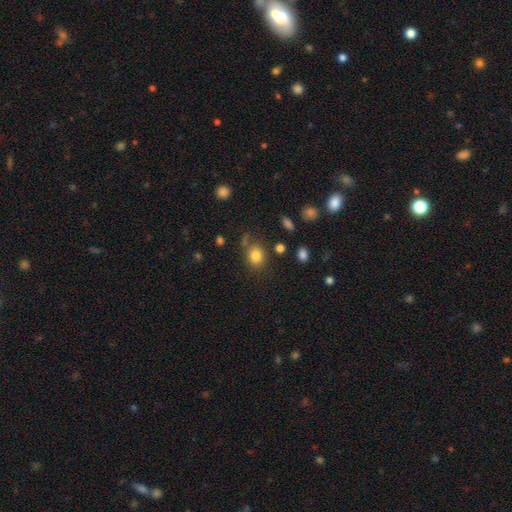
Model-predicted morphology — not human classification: Smooth or featured? Predicted: smooth (p=0.82). How rounded? Predicted: round (p=0.58). Merging? Predicted: none (p=0.70).